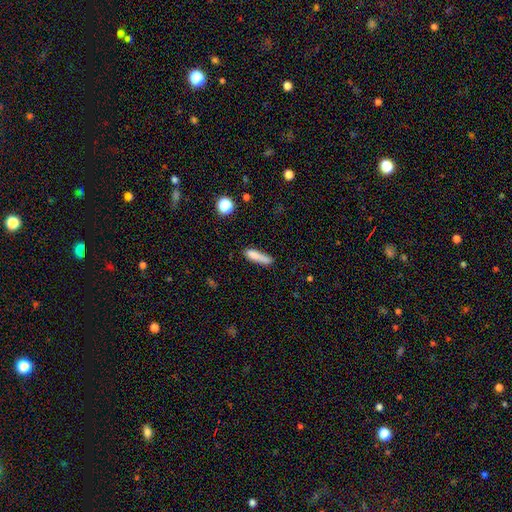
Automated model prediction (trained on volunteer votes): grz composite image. It shows a smooth galaxy with no disk features (80%) that is cigar-shaped (77%). Merging: none (60%).